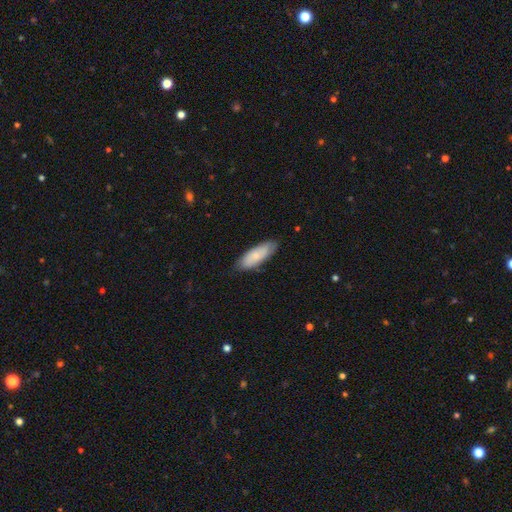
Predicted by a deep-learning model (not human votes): A smooth galaxy with no disk features (77%) that is in between round and cigar-shaped (67%). Merging: none (79%).